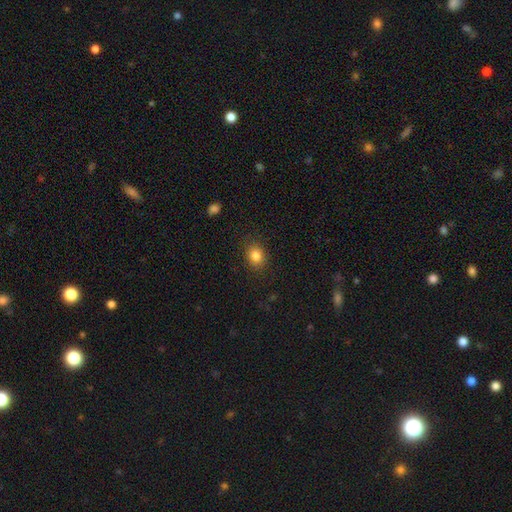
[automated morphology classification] Smooth or featured?
  - smooth: 84% *
  - star or artifact: 10%
  - featured or disk: 6%
How rounded?
  - round: 57% *
  - in between: 42%
  - cigar-shaped: 1%
Merging?
  - none: 87% *
  - minor disturbance: 9%
  - major disturbance: 3%
  - merger: 1%